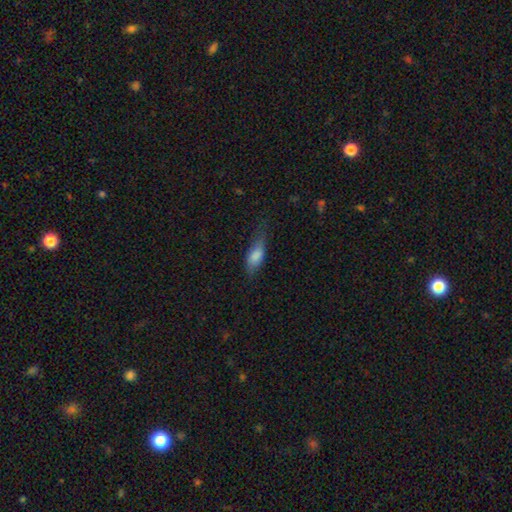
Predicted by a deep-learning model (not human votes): A smooth galaxy with no disk features (80%) that is in between round and cigar-shaped (75%).

Vote fractions:
- Smooth or featured? smooth: 80% / featured or disk: 13% / star or artifact: 7%
- How rounded? in between: 75% / cigar-shaped: 22% / round: 3%
- Merging? none: 50% / minor disturbance: 33% / major disturbance: 14% / merger: 2%